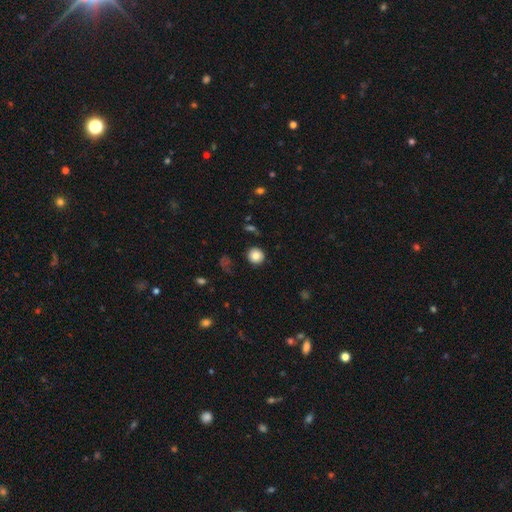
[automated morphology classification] Smooth or featured?
  - smooth: 82% *
  - star or artifact: 10%
  - featured or disk: 8%
How rounded?
  - round: 92% *
  - in between: 7%
  - cigar-shaped: 1%
Merging?
  - none: 89% *
  - minor disturbance: 7%
  - major disturbance: 2%
  - merger: 2%